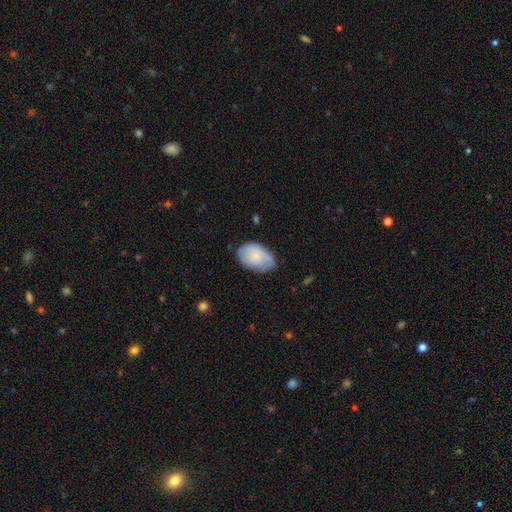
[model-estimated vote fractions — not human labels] Smooth or featured? smooth (73%)
How rounded? in between (90%)
Merging? none (58%)